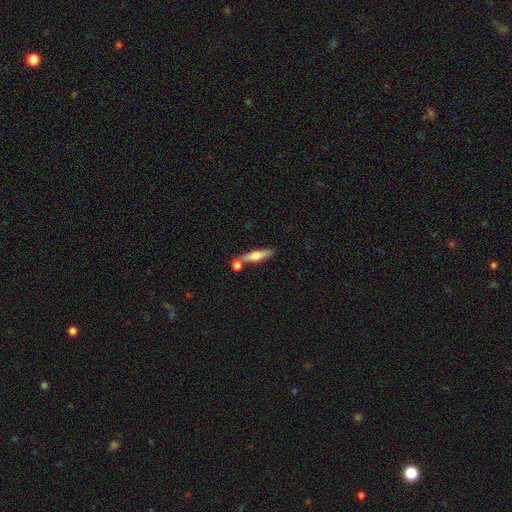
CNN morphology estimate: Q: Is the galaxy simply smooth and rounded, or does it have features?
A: smooth — 48%.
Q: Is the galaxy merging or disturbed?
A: none — 67%.